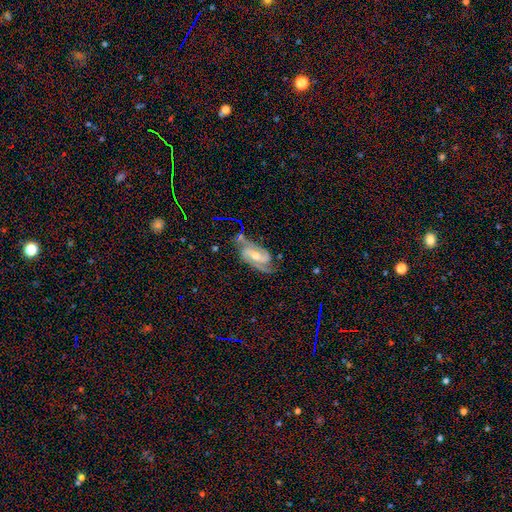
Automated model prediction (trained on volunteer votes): Smooth or featured? Predicted: featured or disk (p=0.88). Edge-on disk? Predicted: no (p=0.96). Bar? Predicted: weak (p=0.42). Spiral arms? Predicted: yes (p=0.98). Spiral winding? Predicted: medium (p=0.51). Spiral arm count? Predicted: 2 (p=0.82). Bulge size? Predicted: moderate (p=0.57). Merging? Predicted: none (p=0.68).